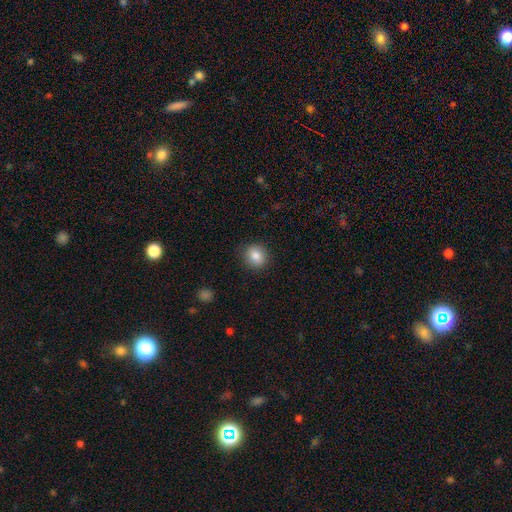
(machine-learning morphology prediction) Smooth or featured? Predicted: smooth (p=0.84). How rounded? Predicted: round (p=0.76). Merging? Predicted: none (p=0.87).